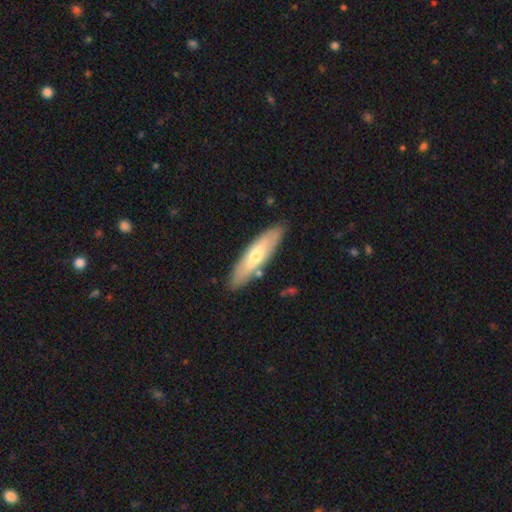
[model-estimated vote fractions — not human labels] This appears to be a smooth galaxy with no disk features (49%). Merging: none (85%).